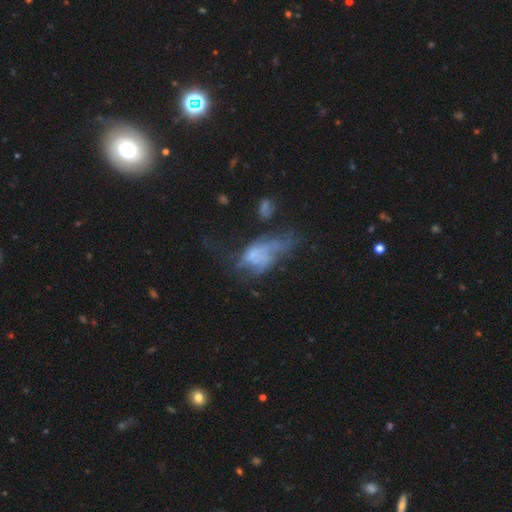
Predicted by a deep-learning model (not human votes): Morphology: type=featured or disk (49%); merging=major disturbance (49%).